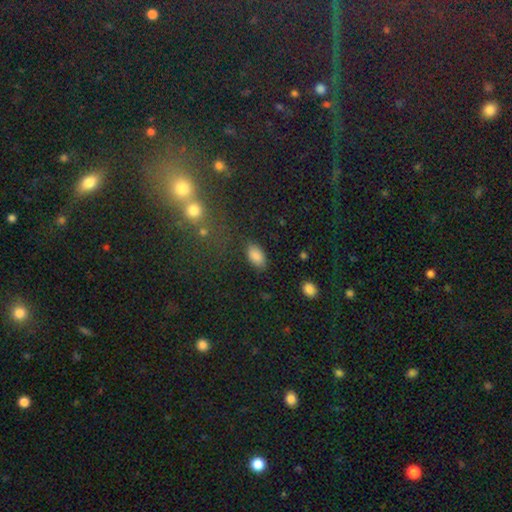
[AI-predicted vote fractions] Smooth or featured?
  - smooth: 85% *
  - star or artifact: 9%
  - featured or disk: 6%
How rounded?
  - in between: 93% *
  - round: 4%
  - cigar-shaped: 3%
Merging?
  - none: 82% *
  - minor disturbance: 12%
  - major disturbance: 4%
  - merger: 2%